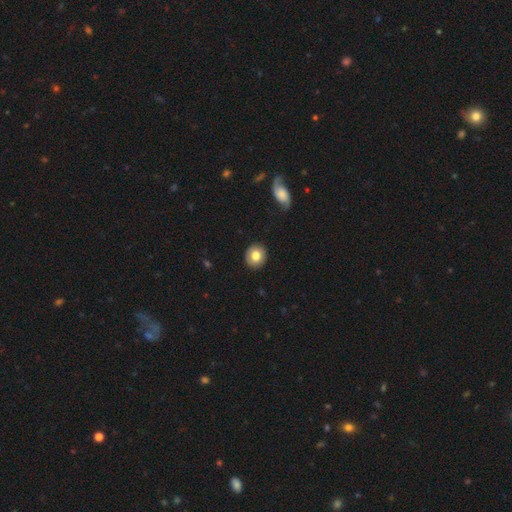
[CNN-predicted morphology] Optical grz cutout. It shows a smooth galaxy with no disk features (78%) that is round (83%). Merging: none (88%).